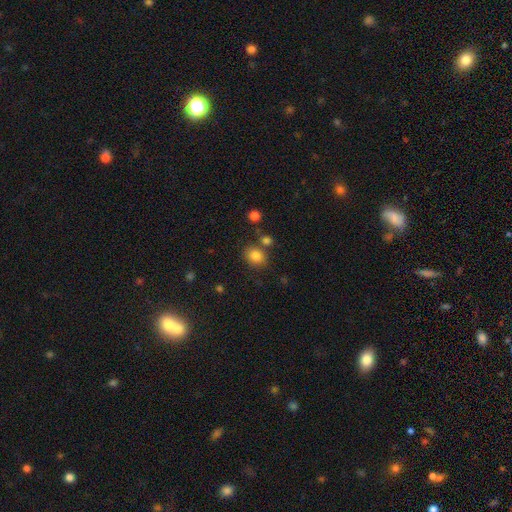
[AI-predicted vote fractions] A smooth galaxy with no disk features (84%) that is round (62%). Merging: none (73%).